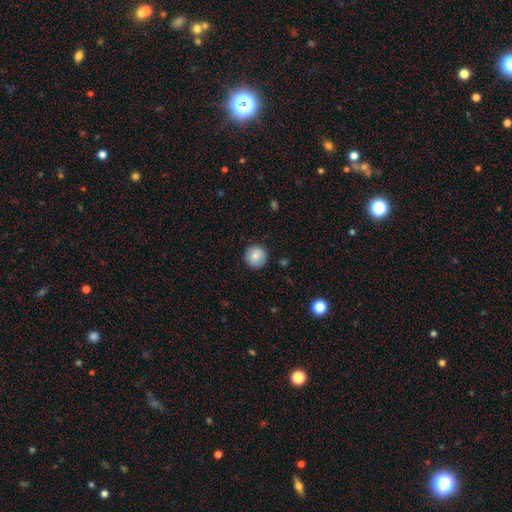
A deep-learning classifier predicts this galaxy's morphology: Overall: smooth (84%). How rounded: round (94%). Merging: none (89%).